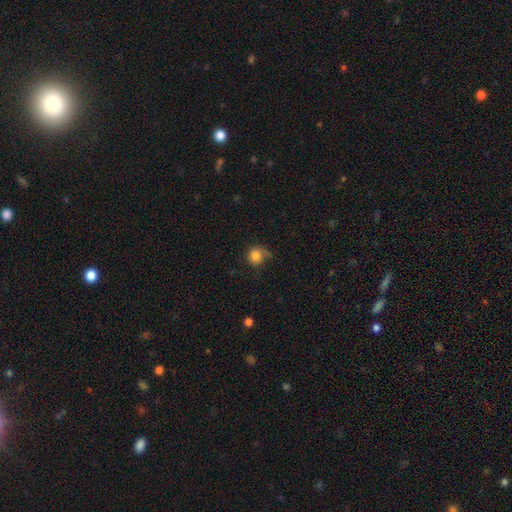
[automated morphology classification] Smooth or featured?
  - smooth: 83% *
  - star or artifact: 10%
  - featured or disk: 8%
How rounded?
  - round: 88% *
  - in between: 11%
  - cigar-shaped: 1%
Merging?
  - none: 58% *
  - minor disturbance: 27%
  - major disturbance: 11%
  - merger: 3%